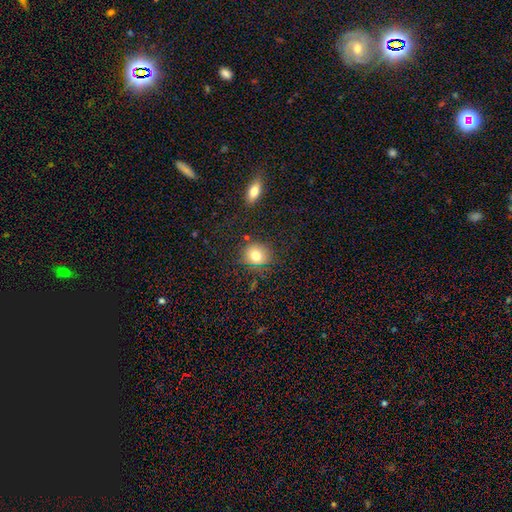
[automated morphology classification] A smooth galaxy with no disk features (79%) that is round (77%).

Vote fractions:
- Smooth or featured? smooth: 79% / star or artifact: 12% / featured or disk: 9%
- How rounded? round: 77% / in between: 22% / cigar-shaped: 1%
- Merging? none: 81% / minor disturbance: 12% / major disturbance: 4% / merger: 3%